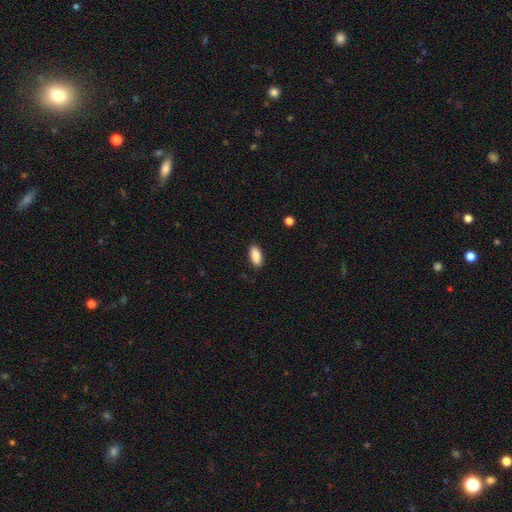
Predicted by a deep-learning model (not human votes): Smooth or featured?
  - smooth: 89% *
  - star or artifact: 6%
  - featured or disk: 5%
How rounded?
  - in between: 88% *
  - cigar-shaped: 10%
  - round: 2%
Merging?
  - none: 87% *
  - minor disturbance: 9%
  - major disturbance: 2%
  - merger: 1%